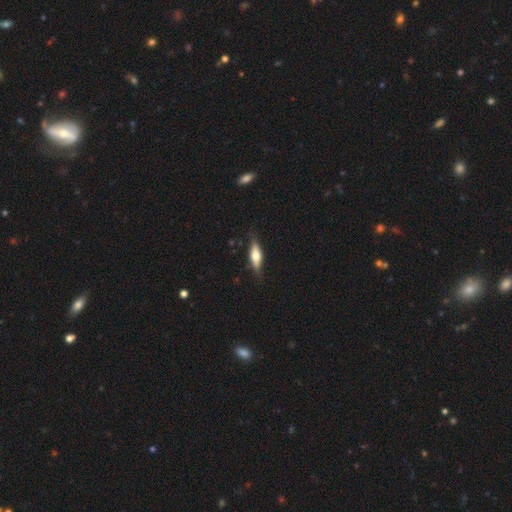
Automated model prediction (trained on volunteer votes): This is possibly a smooth galaxy (51%). How rounded: possibly cigar-shaped (49%). Merging: likely none (79%).